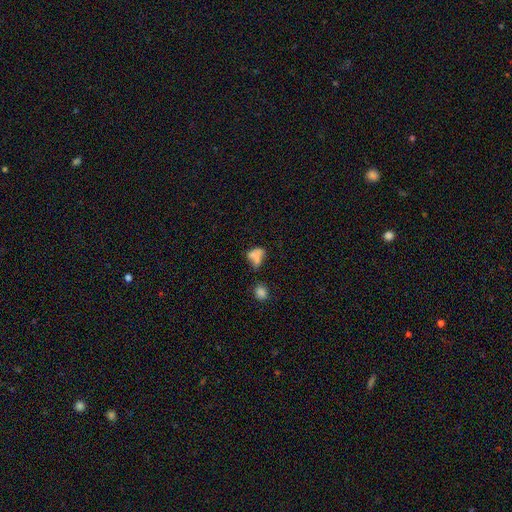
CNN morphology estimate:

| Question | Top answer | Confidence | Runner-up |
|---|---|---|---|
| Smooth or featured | smooth | 65% | featured or disk (21%) |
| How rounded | in between | 77% | round (18%) |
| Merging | merger | 38% | none (25%) |